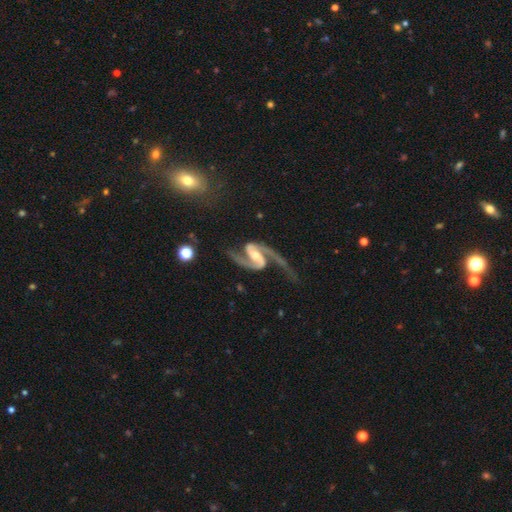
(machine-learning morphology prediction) Smooth or featured? Predicted: featured or disk (p=0.94). Edge-on disk? Predicted: no (p=0.98). Bar? Predicted: weak (p=0.41). Spiral arms? Predicted: yes (p=0.98). Spiral winding? Predicted: medium (p=0.45, tied with loose). Spiral arm count? Predicted: 2 (p=0.94). Bulge size? Predicted: moderate (p=0.49). Merging? Predicted: none (p=0.65).